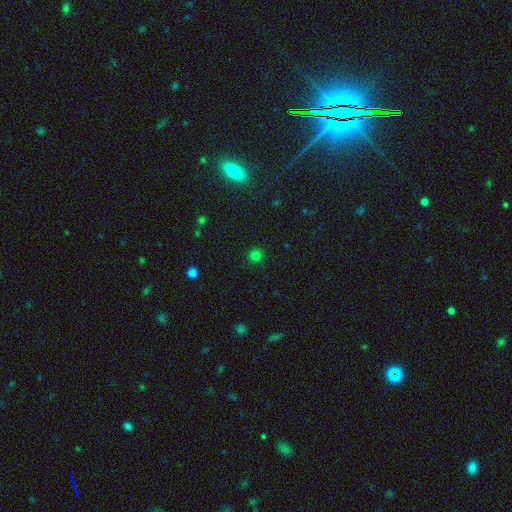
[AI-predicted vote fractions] Morphology: type=smooth (77%); roundness=round (93%); merging=none (89%).